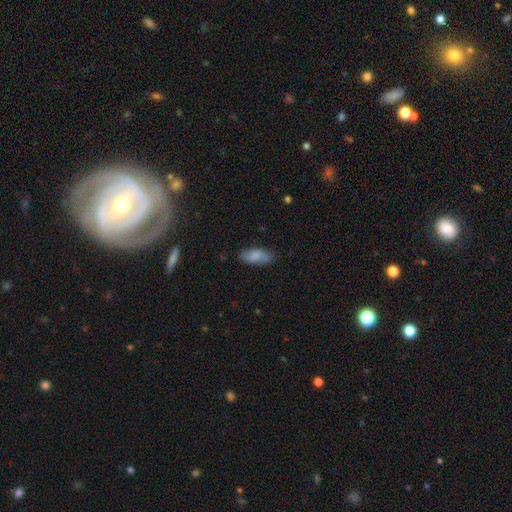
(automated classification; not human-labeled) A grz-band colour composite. It shows a smooth galaxy with no disk features (83%) that is in between round and cigar-shaped (84%). Merging: none (76%).